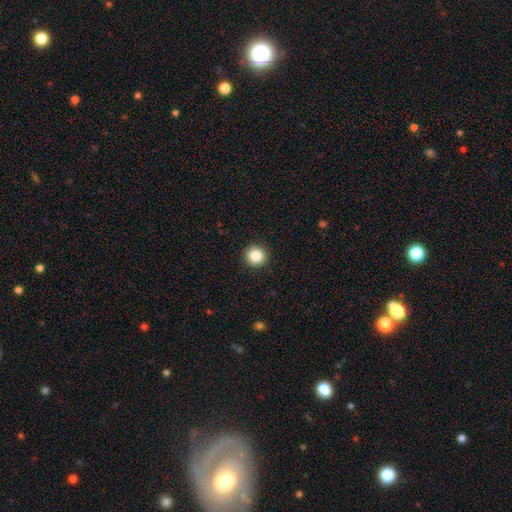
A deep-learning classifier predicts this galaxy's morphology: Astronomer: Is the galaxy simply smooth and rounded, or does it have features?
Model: smooth — 86%.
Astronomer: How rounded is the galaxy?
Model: round — 94%.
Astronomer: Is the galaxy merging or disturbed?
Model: none — 92%.